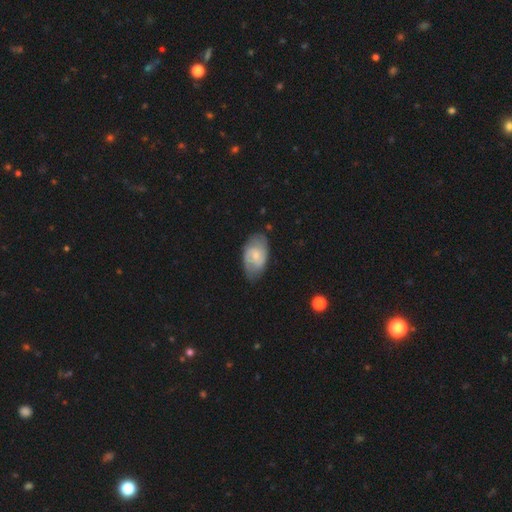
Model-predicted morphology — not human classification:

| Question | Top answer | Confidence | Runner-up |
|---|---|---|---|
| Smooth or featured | featured or disk | 66% | smooth (28%) |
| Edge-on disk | no | 96% | yes (4%) |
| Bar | no | 52% | weak (42%) |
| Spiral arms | yes | 91% | no (9%) |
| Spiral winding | medium | 44% | tight (40%) |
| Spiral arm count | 2 | 67% | can't tell (19%) |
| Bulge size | small | 60% | moderate (32%) |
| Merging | none | 74% | minor disturbance (20%) |